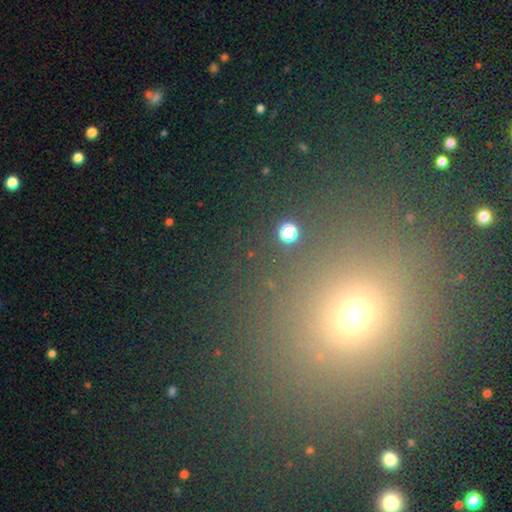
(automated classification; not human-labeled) Smooth or featured?
  - smooth: 46% * (tied)
  - star or artifact: 46% * (tied)
  - featured or disk: 8%
Merging?
  - none: 86% *
  - minor disturbance: 7%
  - major disturbance: 4%
  - merger: 3%